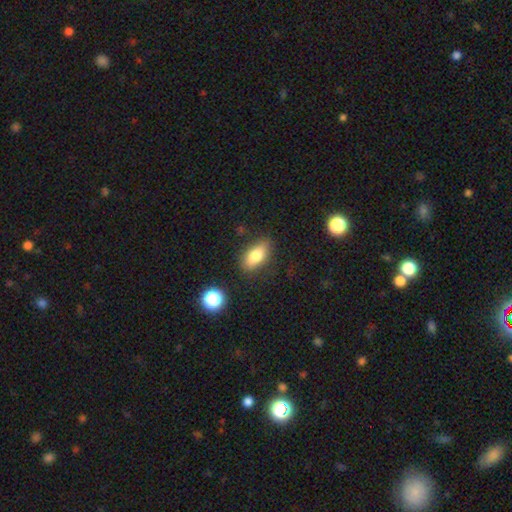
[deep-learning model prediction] Overall: smooth (78%). How rounded: in between (84%). Merging: none (82%).